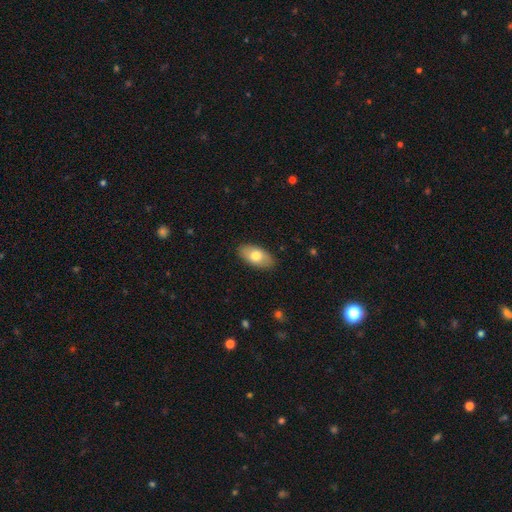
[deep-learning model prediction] A smooth galaxy with no disk features (75%) that is in between round and cigar-shaped (93%). Merging: none (87%).